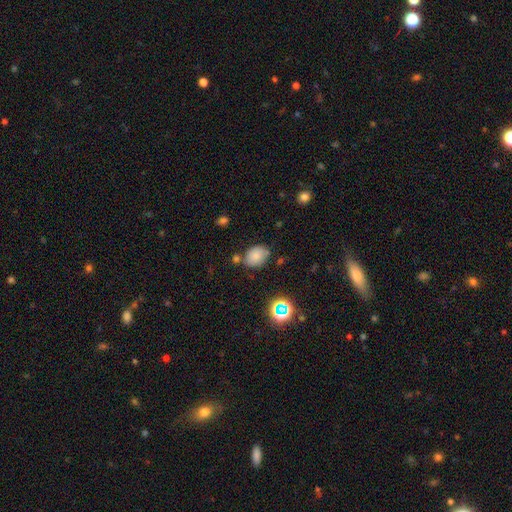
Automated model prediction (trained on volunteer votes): Smooth or featured: smooth — 75% (star or artifact — 14%)
How rounded: in between — 64% (round — 35%)
Merging: none — 70% (minor disturbance — 17%)